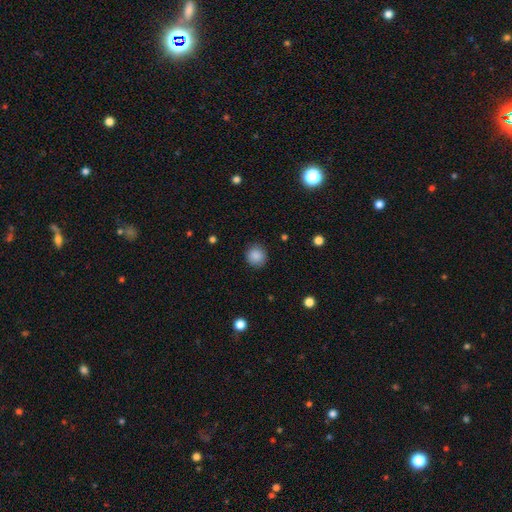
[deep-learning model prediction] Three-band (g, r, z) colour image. It shows a smooth galaxy with no disk features (87%) that is round (90%). Merging: none (88%).